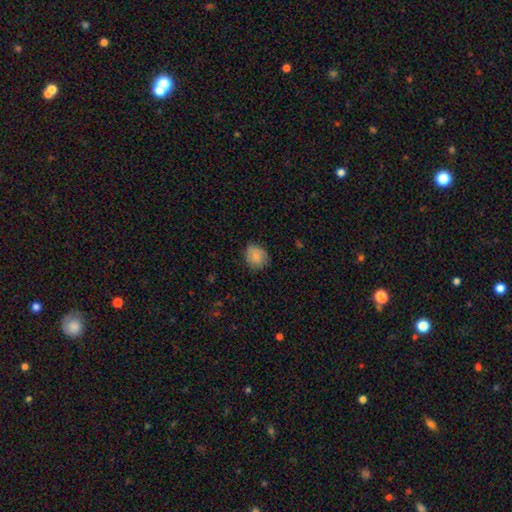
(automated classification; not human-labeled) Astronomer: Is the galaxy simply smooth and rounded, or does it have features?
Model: smooth — 85%.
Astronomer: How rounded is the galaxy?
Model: round — 64%.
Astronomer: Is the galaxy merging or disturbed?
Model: none — 77%.